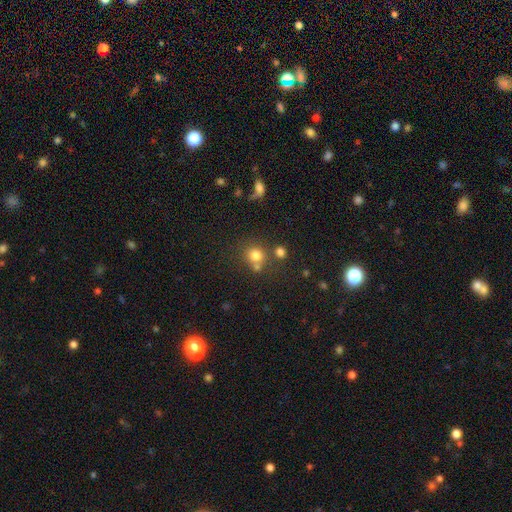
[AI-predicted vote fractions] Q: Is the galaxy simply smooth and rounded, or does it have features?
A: smooth — 76%.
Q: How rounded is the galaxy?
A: round — 85%.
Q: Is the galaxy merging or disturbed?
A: none — 60%.